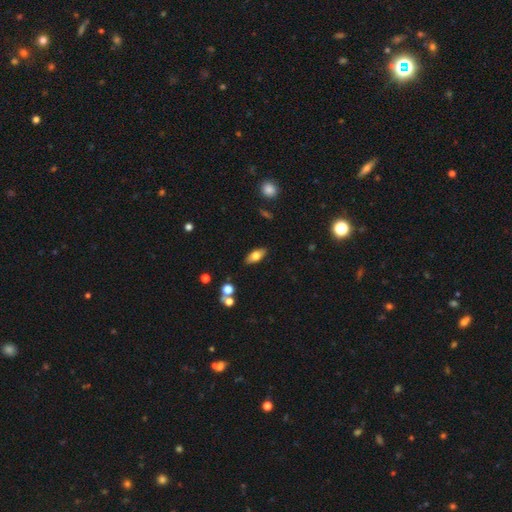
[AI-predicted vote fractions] Smooth or featured: smooth — 68% (featured or disk — 24%)
How rounded: in between — 83% (cigar-shaped — 13%)
Merging: none — 86% (minor disturbance — 10%)